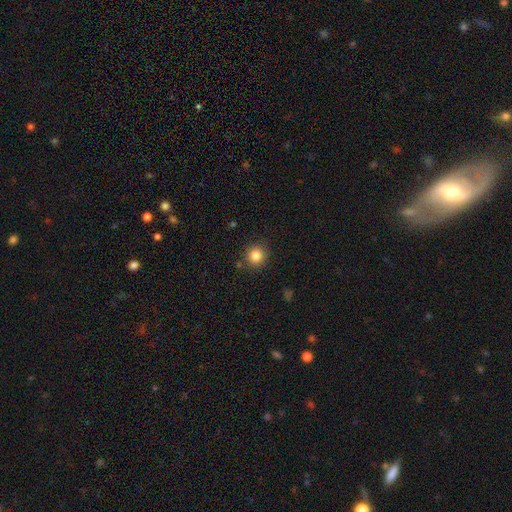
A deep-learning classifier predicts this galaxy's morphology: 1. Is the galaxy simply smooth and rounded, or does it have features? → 84% smooth, 11% star or artifact, 5% featured or disk.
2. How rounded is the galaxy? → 92% round, 7% in between, 1% cigar-shaped.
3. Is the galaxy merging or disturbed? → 87% none, 8% minor disturbance, 3% merger, 3% major disturbance.